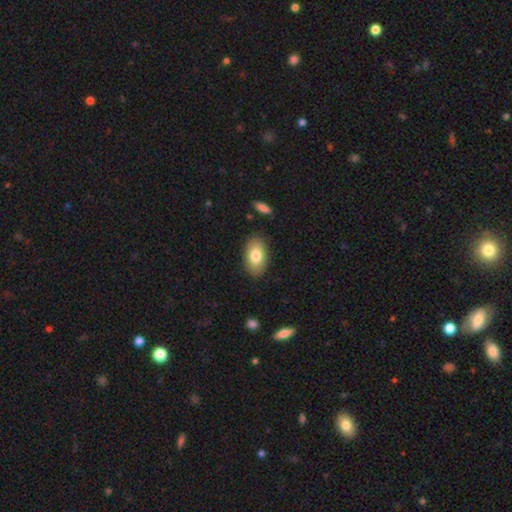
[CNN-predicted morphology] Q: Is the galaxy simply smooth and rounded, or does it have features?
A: smooth — 79%.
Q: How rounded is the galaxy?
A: in between — 92%.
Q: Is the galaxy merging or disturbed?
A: none — 85%.